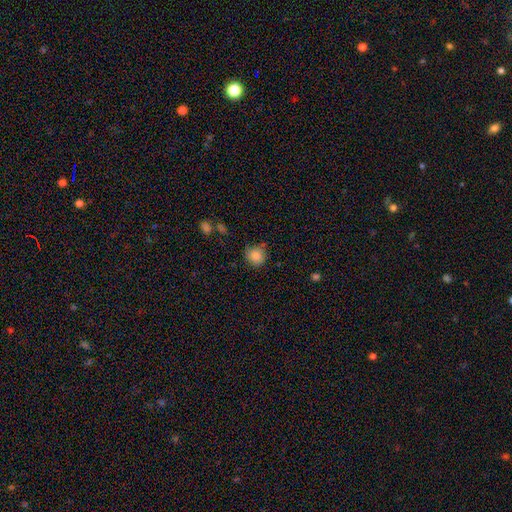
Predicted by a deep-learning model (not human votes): Morphology: type=smooth (85%); roundness=round (88%); merging=none (75%).